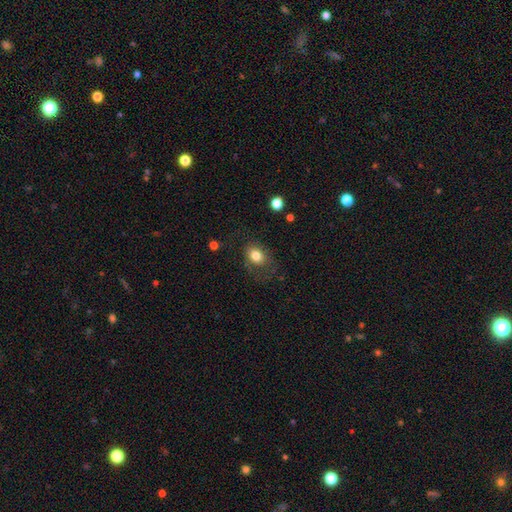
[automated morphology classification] The model was most divided on "how rounded": in between: 65%, round: 34%, cigar-shaped: 1%. More confident: smooth or featured — smooth (79%); merging — none (60%).